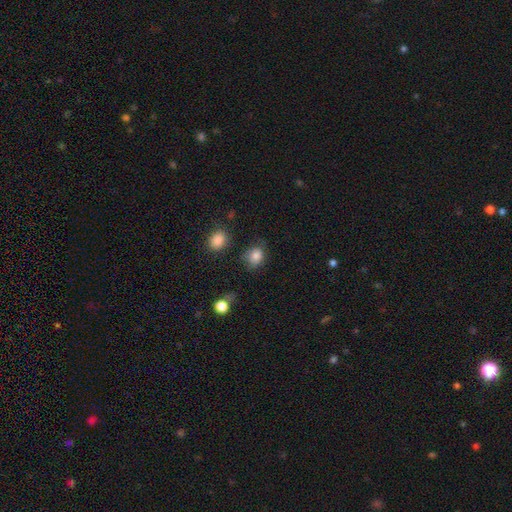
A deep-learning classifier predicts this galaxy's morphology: smooth-or-featured: smooth: 84% | star or artifact: 10% | featured or disk: 6%
  how-rounded: round: 50% | in between: 49% | cigar-shaped: 1%
  merging: none: 63% | minor disturbance: 25% | major disturbance: 8% | merger: 4%